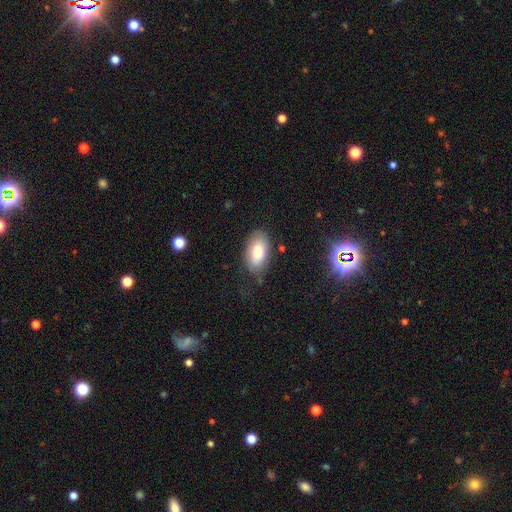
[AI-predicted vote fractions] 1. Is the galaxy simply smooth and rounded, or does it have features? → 76% smooth, 16% featured or disk, 8% star or artifact.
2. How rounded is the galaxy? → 92% in between, 6% round, 2% cigar-shaped.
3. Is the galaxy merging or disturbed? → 72% none, 20% minor disturbance, 6% major disturbance, 2% merger.